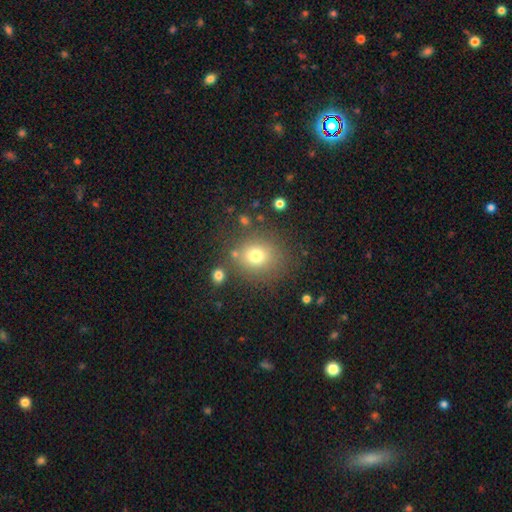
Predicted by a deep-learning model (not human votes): smooth 74%, star or artifact 15%, featured or disk 11%. Down the decision tree: how rounded — round (79%); merging — none (77%).